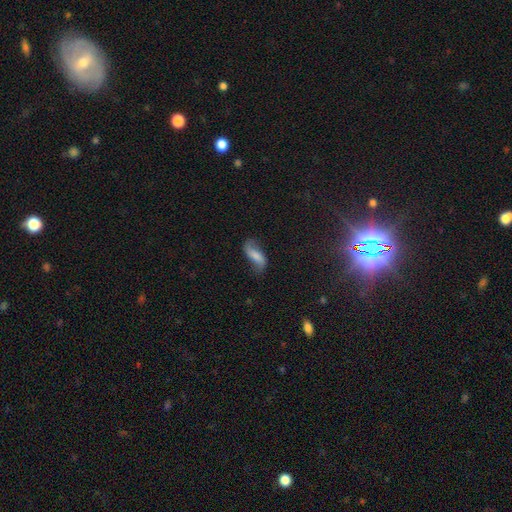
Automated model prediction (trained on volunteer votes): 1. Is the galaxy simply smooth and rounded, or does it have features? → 47% featured or disk, 44% smooth, 9% star or artifact.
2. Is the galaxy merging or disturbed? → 62% none, 24% minor disturbance, 11% major disturbance, 2% merger.